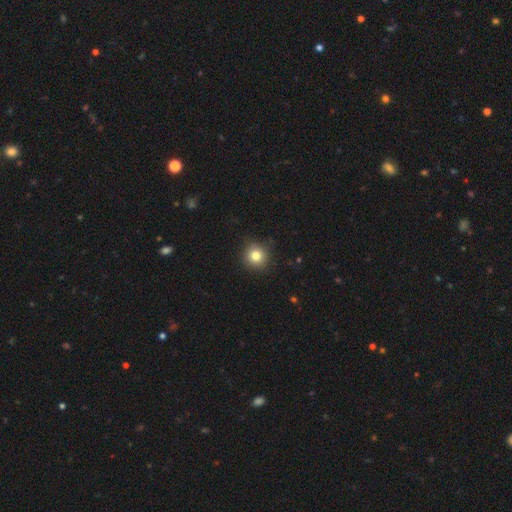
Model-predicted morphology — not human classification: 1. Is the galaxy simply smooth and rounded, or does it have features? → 81% smooth, 12% star or artifact, 7% featured or disk.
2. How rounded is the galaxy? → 93% round, 6% in between, 1% cigar-shaped.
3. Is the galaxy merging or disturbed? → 89% none, 8% minor disturbance, 2% major disturbance, 1% merger.